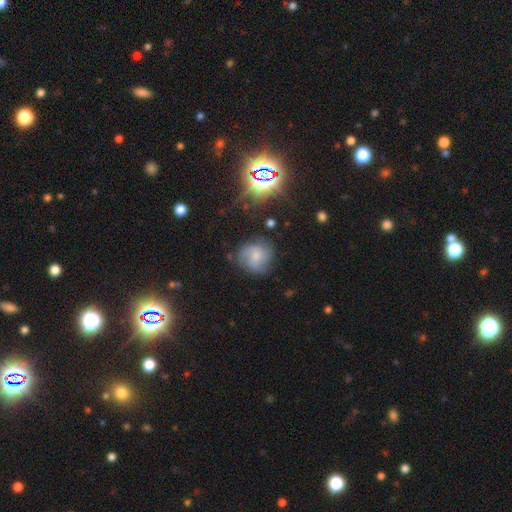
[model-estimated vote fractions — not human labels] A featured or disk galaxy (59%) with no bar (60%), 3 (35%) medium (47%) spiral arms (91%) and a small central bulge (43%).

Vote fractions:
- Smooth or featured? featured or disk: 59% / smooth: 31% / star or artifact: 10%
- Edge-on disk? no: 97% / yes: 3%
- Bar? no: 60% / weak: 34% / strong: 6%
- Spiral arms? yes: 91% / no: 9%
- Spiral winding? medium: 47% / tight: 34% / loose: 20%
- Spiral arm count? 3: 35% / 2: 24% / can't tell: 23% / 4: 10% / 1: 4% / more than 4: 4%
- Bulge size? small: 43% / moderate: 38% / none: 13% / large: 4% / dominant: 1%
- Merging? none: 71% / minor disturbance: 18% / major disturbance: 8% / merger: 2%